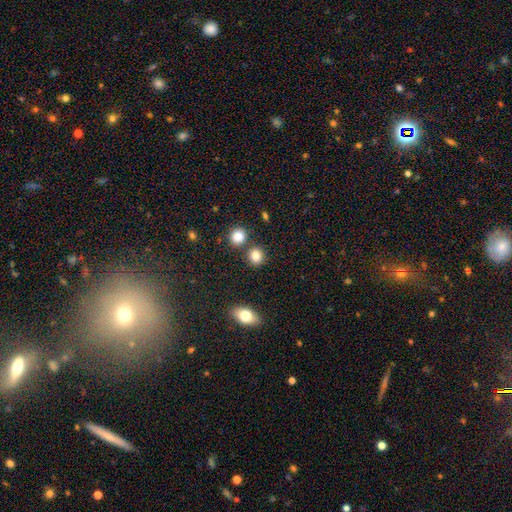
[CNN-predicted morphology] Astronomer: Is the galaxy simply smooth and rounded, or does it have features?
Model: smooth — 84%.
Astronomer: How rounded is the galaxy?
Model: round — 82%.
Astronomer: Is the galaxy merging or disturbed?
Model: none — 80%.